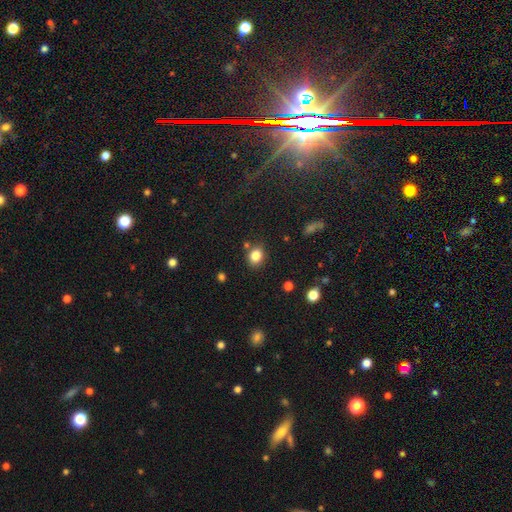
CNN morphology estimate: Smooth or featured?
  - smooth: 83% *
  - star or artifact: 11%
  - featured or disk: 6%
How rounded?
  - round: 58% *
  - in between: 41%
  - cigar-shaped: 1%
Merging?
  - none: 79% *
  - minor disturbance: 12%
  - merger: 7%
  - major disturbance: 3%